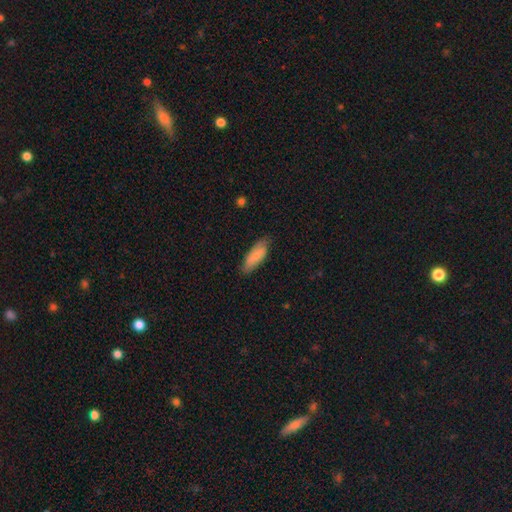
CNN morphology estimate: smooth 83%, featured or disk 11%, star or artifact 6%. Down the decision tree: how rounded — in between (63%); merging — none (79%).